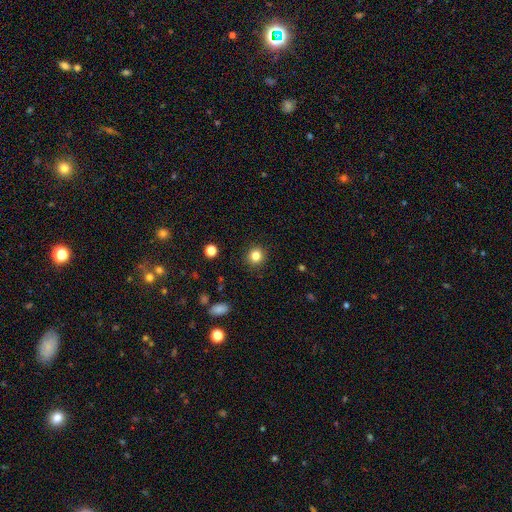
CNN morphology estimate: Q: Smooth or featured?
A: smooth (83%); runner-up: star or artifact (12%)
Q: How rounded?
A: round (91%); runner-up: in between (8%)
Q: Merging?
A: none (91%); runner-up: minor disturbance (6%)